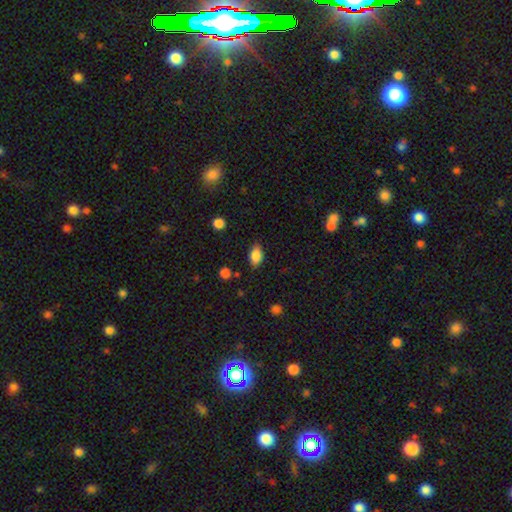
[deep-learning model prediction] A smooth galaxy with no disk features (85%) that is in between round and cigar-shaped (87%).

Vote fractions:
- Smooth or featured? smooth: 85% / star or artifact: 8% / featured or disk: 7%
- How rounded? in between: 87% / round: 10% / cigar-shaped: 3%
- Merging? none: 80% / minor disturbance: 15% / major disturbance: 3% / merger: 2%